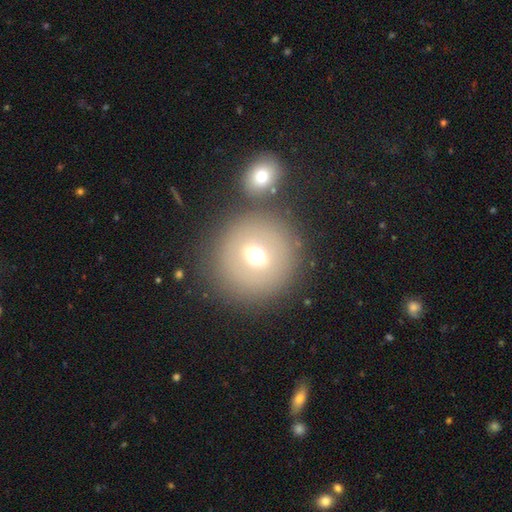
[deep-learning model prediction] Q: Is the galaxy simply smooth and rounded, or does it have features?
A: smooth — 61%.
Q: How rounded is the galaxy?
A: round — 93%.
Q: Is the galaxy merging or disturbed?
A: none — 74%.